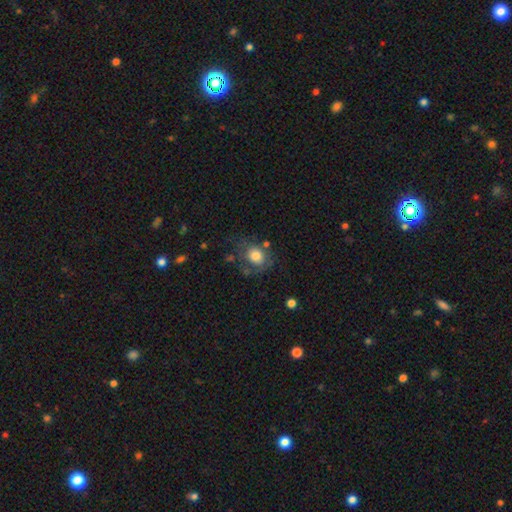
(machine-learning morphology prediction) Smooth or featured: smooth — 72% (featured or disk — 19%)
How rounded: round — 58% (in between — 41%)
Merging: none — 51% (minor disturbance — 25%)